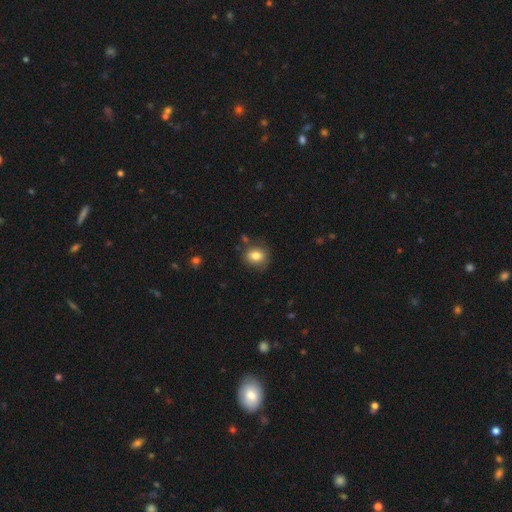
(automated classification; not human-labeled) Smooth or featured? smooth (82%)
How rounded? round (58%)
Merging? none (80%)